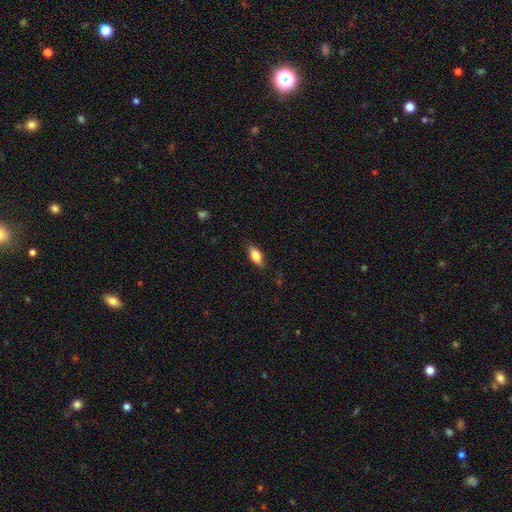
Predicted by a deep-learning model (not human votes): smooth 81%, featured or disk 12%, star or artifact 7%. Down the decision tree: how rounded — in between (84%); merging — none (82%).